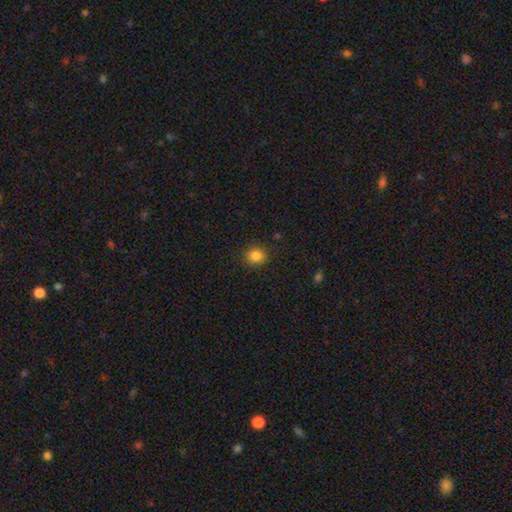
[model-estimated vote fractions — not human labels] Overall: smooth (84%). How rounded: round (83%). Merging: none (89%).